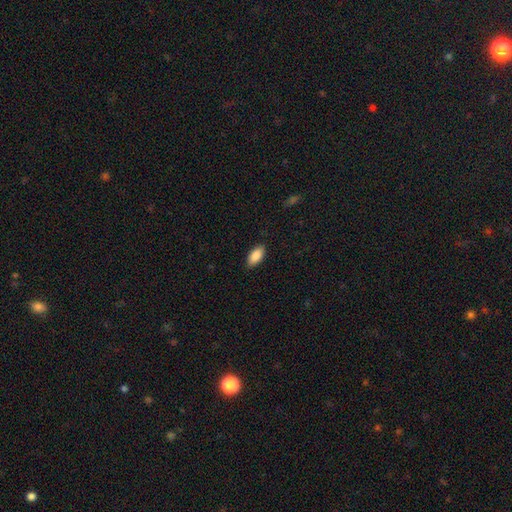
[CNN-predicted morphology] Smooth or featured? smooth (89%)
How rounded? in between (91%)
Merging? none (87%)